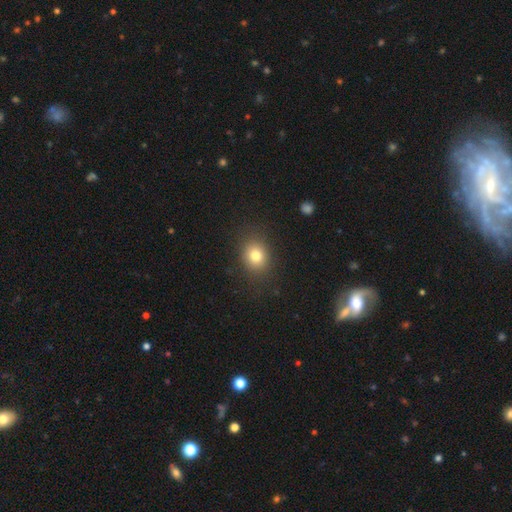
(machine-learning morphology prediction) type=smooth (79%); roundness=round (60%); merging=none (85%).